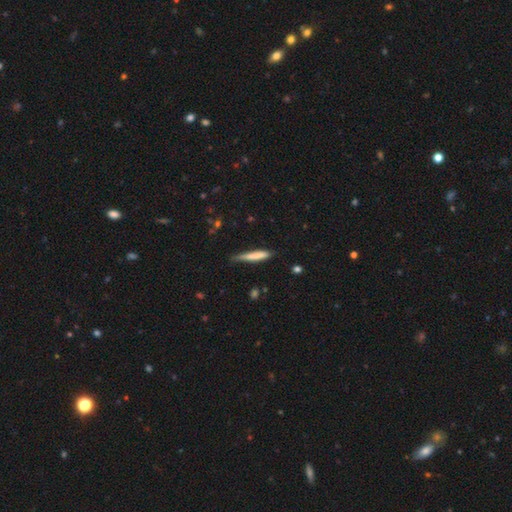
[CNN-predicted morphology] This is likely a smooth galaxy (73%). How rounded: clearly cigar-shaped (92%). Merging: likely none (68%).